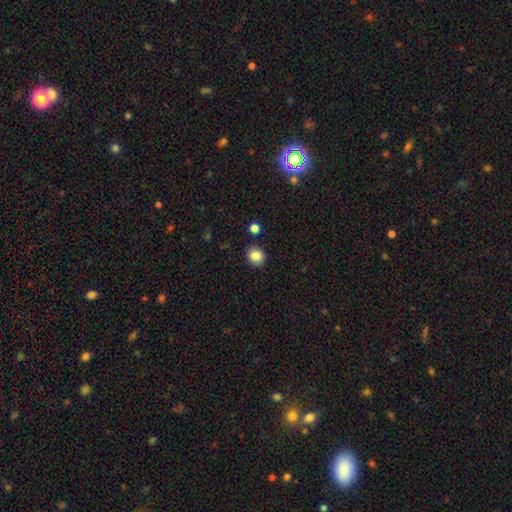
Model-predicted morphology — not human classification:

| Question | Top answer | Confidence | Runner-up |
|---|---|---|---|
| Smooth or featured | smooth | 85% | star or artifact (10%) |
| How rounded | round | 78% | in between (21%) |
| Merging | none | 87% | minor disturbance (8%) |